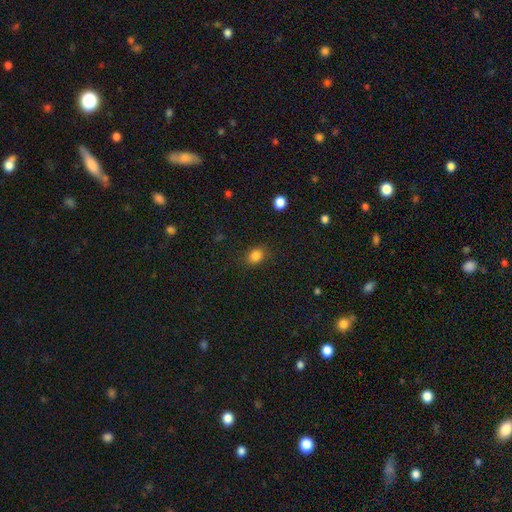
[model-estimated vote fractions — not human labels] The model was most divided on "how rounded": round: 51%, in between: 48%, cigar-shaped: 1%. More confident: smooth or featured — smooth (84%); merging — none (82%).